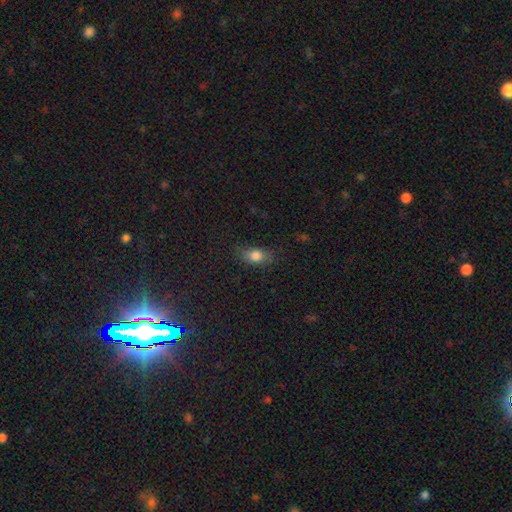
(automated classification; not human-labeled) Smooth or featured: smooth — 80% (star or artifact — 10%)
How rounded: in between — 77% (round — 16%)
Merging: none — 78% (minor disturbance — 16%)